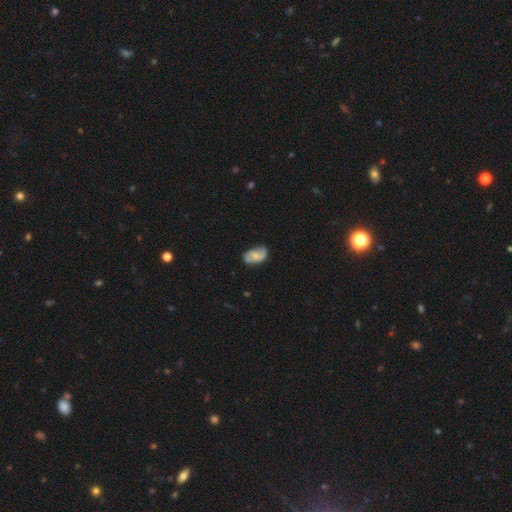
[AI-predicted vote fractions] Overall: smooth (51%; featured or disk 41%). How rounded: in between (92%). Merging: none (69%).